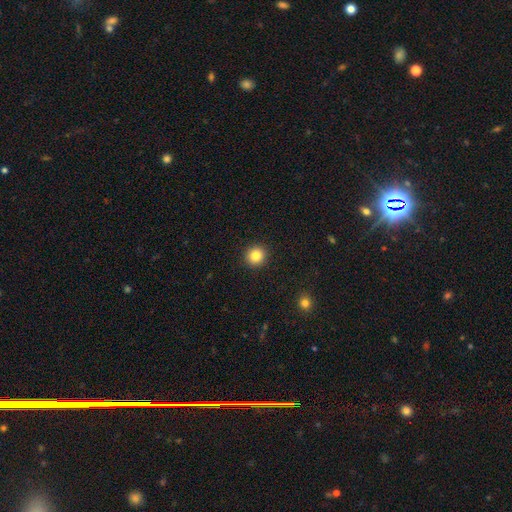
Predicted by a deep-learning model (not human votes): A smooth galaxy with no disk features (84%) that is round (92%).

Vote fractions:
- Smooth or featured? smooth: 84% / star or artifact: 11% / featured or disk: 5%
- How rounded? round: 92% / in between: 7% / cigar-shaped: 1%
- Merging? none: 93% / minor disturbance: 4% / major disturbance: 2% / merger: 1%